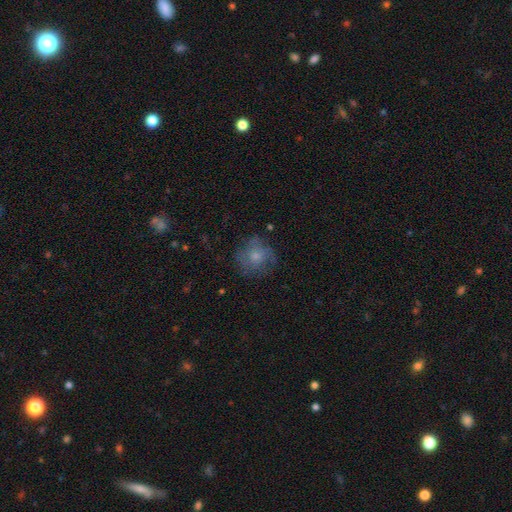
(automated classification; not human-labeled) Morphology: type=smooth (59%); roundness=round (83%); merging=none (66%).